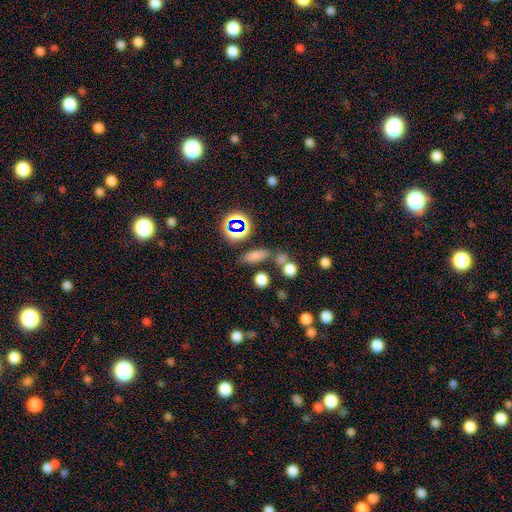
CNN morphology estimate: This is likely a smooth galaxy (64%). How rounded: possibly in between (53%). Merging: likely none (68%).